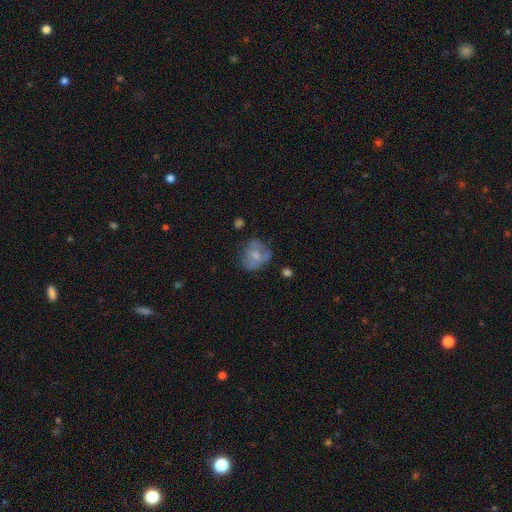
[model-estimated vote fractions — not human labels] Smooth or featured? Predicted: smooth (p=0.53). How rounded? Predicted: round (p=0.60). Merging? Predicted: none (p=0.51).